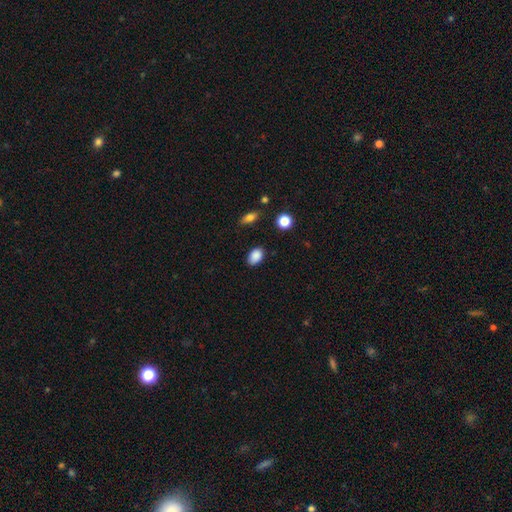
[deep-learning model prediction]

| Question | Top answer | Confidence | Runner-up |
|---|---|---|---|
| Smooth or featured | smooth | 87% | star or artifact (9%) |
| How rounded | in between | 84% | round (15%) |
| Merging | none | 83% | minor disturbance (12%) |